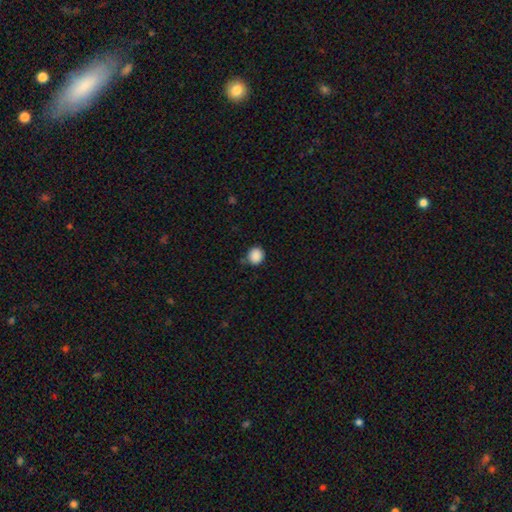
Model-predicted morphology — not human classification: The model was most divided on "merging": none: 80%, minor disturbance: 14%, major disturbance: 3%, merger: 3%. More confident: smooth or featured — smooth (88%); how rounded — round (83%).